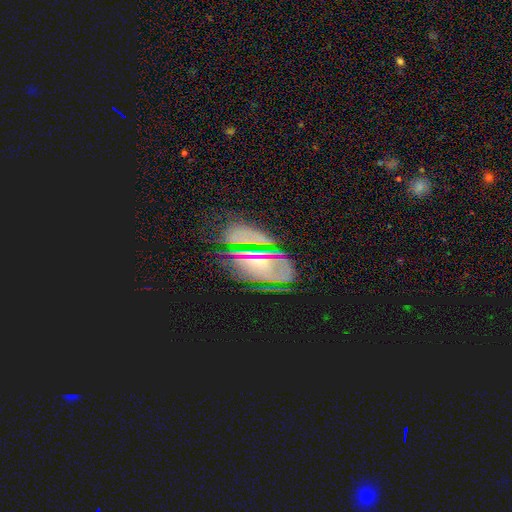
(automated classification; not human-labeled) smooth_or_featured: featured or disk (p=0.54) [alt: star or artifact p=0.25]
disk_edge_on: no (p=0.87) [alt: yes p=0.13]
merging: none (p=0.74) [alt: minor disturbance p=0.16]